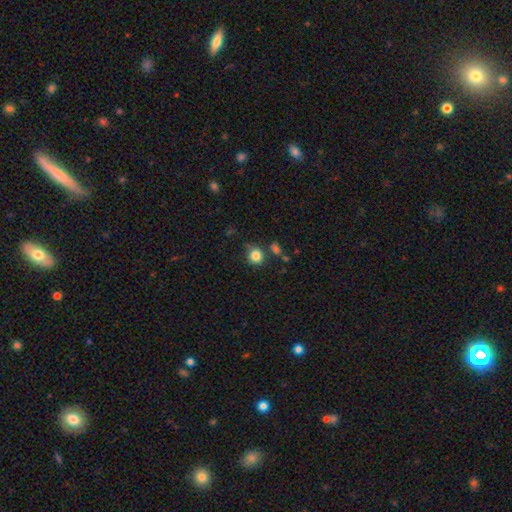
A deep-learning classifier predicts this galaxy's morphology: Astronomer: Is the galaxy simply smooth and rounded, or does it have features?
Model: smooth — 83%.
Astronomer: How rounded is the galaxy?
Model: round — 79%.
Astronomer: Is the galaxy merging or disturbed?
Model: none — 70%.